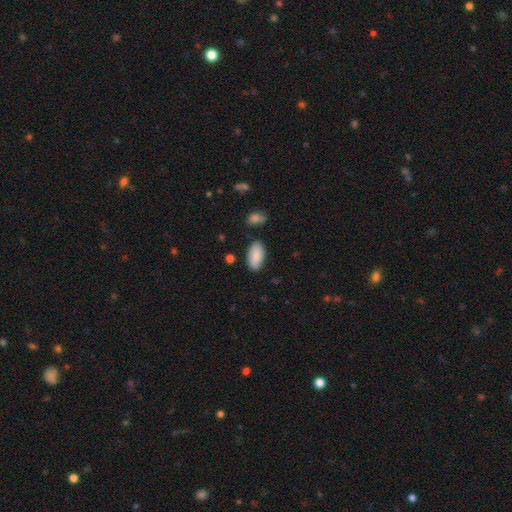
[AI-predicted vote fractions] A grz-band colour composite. It shows a smooth galaxy with no disk features (88%) that is in between round and cigar-shaped (94%). Merging: none (82%).